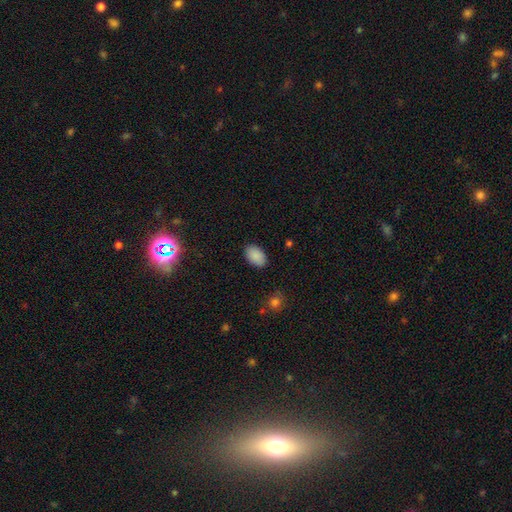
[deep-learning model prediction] A smooth galaxy with no disk features (89%) that is in between round and cigar-shaped (93%).

Vote fractions:
- Smooth or featured? smooth: 89% / star or artifact: 8% / featured or disk: 3%
- How rounded? in between: 93% / round: 6% / cigar-shaped: 1%
- Merging? none: 88% / minor disturbance: 9% / major disturbance: 2% / merger: 1%